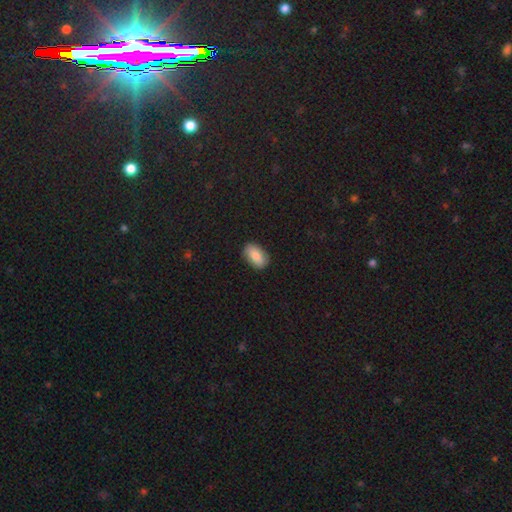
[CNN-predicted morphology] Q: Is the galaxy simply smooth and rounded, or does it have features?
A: smooth — 85%.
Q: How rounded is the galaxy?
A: in between — 92%.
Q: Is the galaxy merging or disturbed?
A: none — 86%.